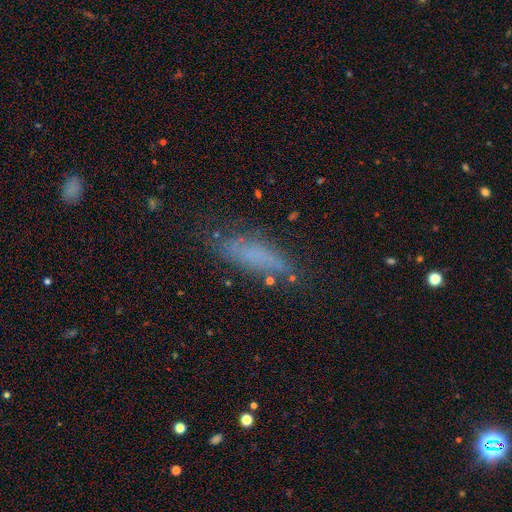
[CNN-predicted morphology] smooth 63%, featured or disk 24%, star or artifact 13%. Down the decision tree: how rounded — in between (50%); merging — none (65%).